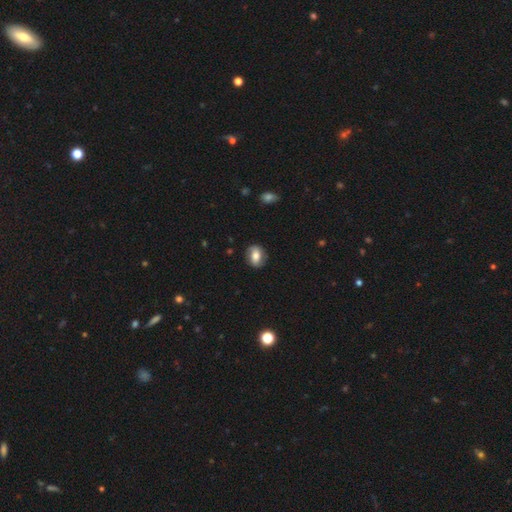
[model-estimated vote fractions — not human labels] smooth-or-featured: smooth: 59% | featured or disk: 33% | star or artifact: 8%
  how-rounded: in between: 65% | round: 33% | cigar-shaped: 2%
  merging: none: 81% | minor disturbance: 13% | major disturbance: 4% | merger: 1%